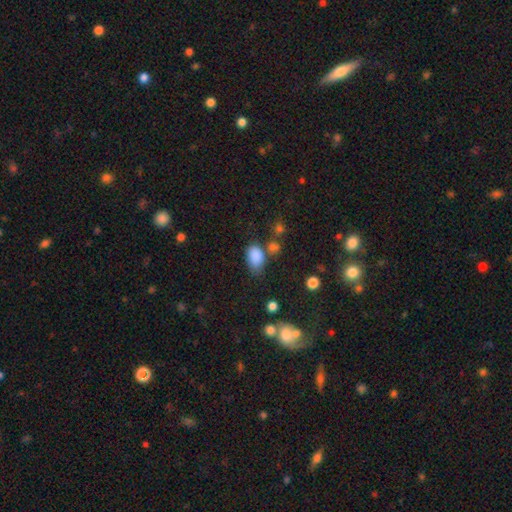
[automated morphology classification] A smooth galaxy with no disk features (85%) that is in between round and cigar-shaped (86%).

Vote fractions:
- Smooth or featured? smooth: 85% / star or artifact: 10% / featured or disk: 5%
- How rounded? in between: 86% / round: 12% / cigar-shaped: 1%
- Merging? none: 53% / minor disturbance: 27% / merger: 10% / major disturbance: 9%